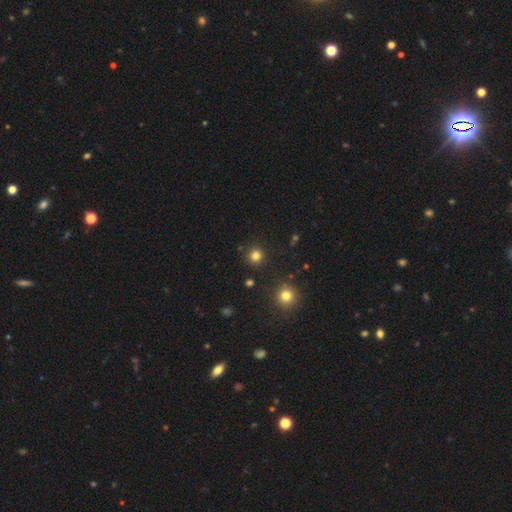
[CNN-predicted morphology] type=smooth (81%); roundness=round (94%); merging=none (90%).